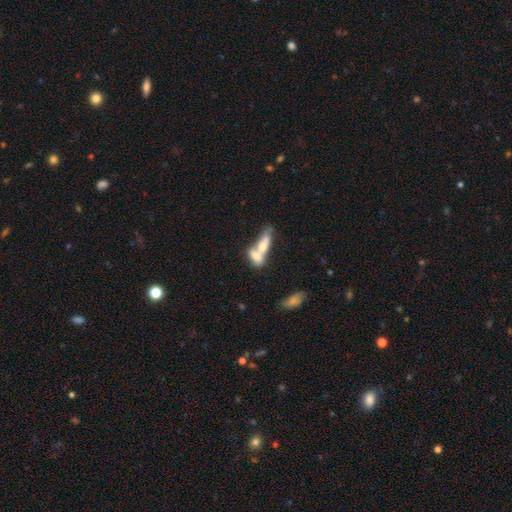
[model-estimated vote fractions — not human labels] Smooth or featured?
  - smooth: 59% *
  - featured or disk: 33%
  - star or artifact: 8%
How rounded?
  - in between: 64% *
  - cigar-shaped: 30%
  - round: 6%
Merging?
  - merger: 72% *
  - none: 16%
  - minor disturbance: 7%
  - major disturbance: 6%